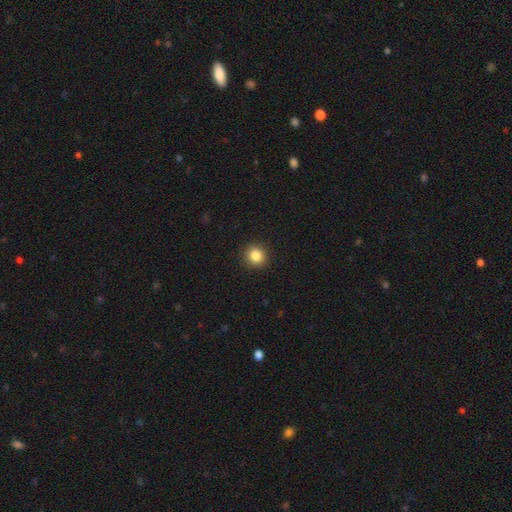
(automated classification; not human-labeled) The model was most divided on "smooth or featured": smooth: 85%, star or artifact: 11%, featured or disk: 4%. More confident: merging — none (92%); how rounded — round (90%).